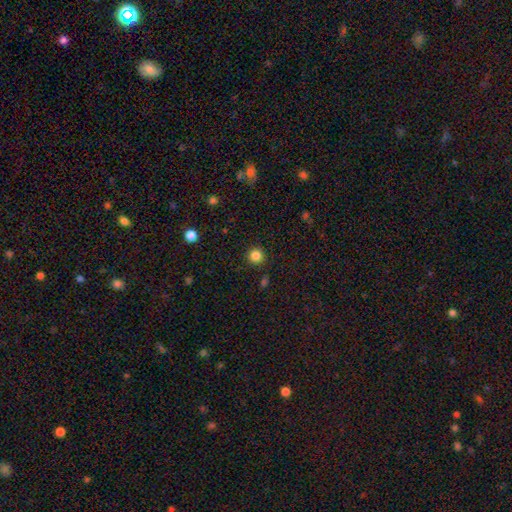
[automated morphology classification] Smooth or featured: smooth — 84% (star or artifact — 12%)
How rounded: round — 95% (in between — 4%)
Merging: none — 91% (minor disturbance — 5%)